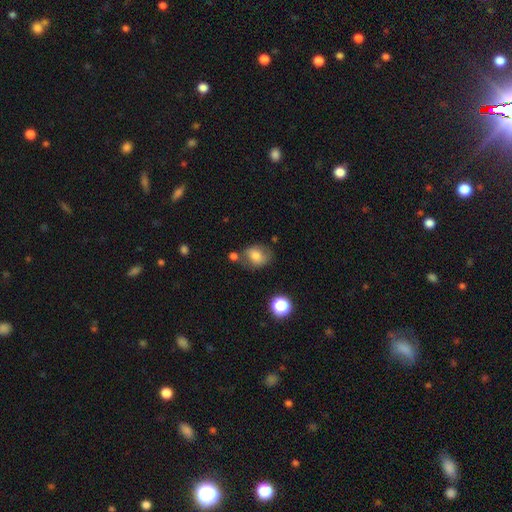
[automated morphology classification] This appears to be a smooth galaxy with no disk features (73%) that is in between round and cigar-shaped (50%). Merging: none (58%).